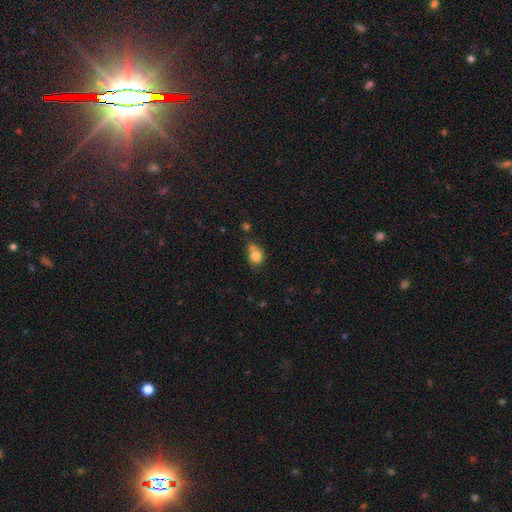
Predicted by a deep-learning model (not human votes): This is clearly a smooth galaxy (80%). How rounded: likely round (70%). Merging: marginally none (43%).